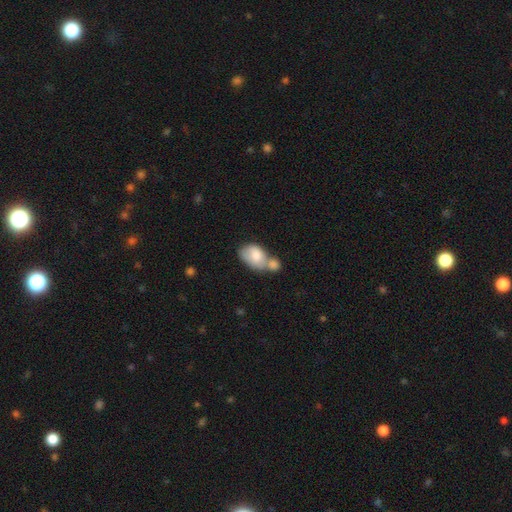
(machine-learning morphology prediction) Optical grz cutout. It shows a smooth galaxy with no disk features (77%) that is in between round and cigar-shaped (84%). Merging: merger (61%).